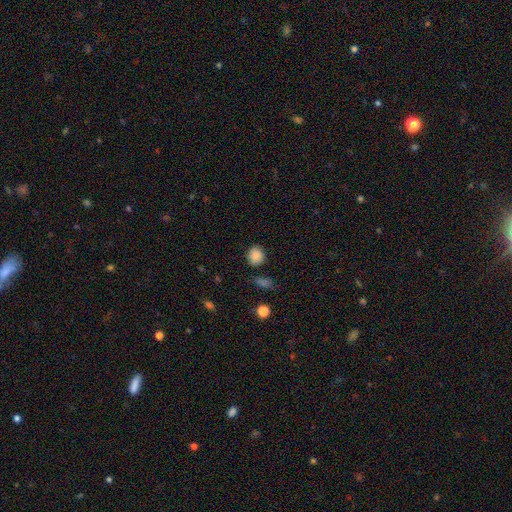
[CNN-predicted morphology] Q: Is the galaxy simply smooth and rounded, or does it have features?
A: smooth — 86%.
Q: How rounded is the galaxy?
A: round — 77%.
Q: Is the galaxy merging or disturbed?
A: none — 82%.